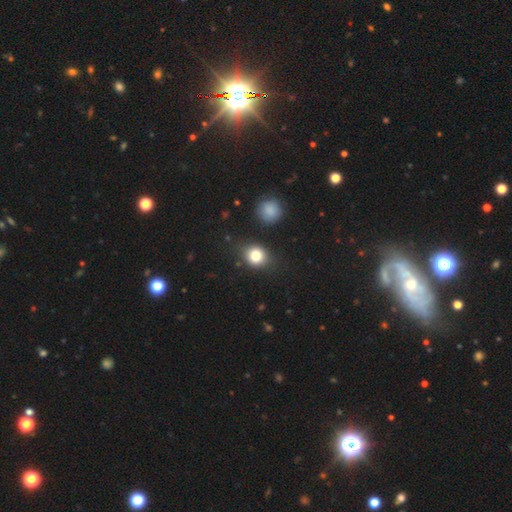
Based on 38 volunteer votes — Smooth or featured?
  - smooth: 79% *
  - featured or disk: 13%
  - star or artifact: 8%
How rounded?
  - round: 60% *
  - in between: 40%
  - cigar-shaped: 0%
Merging?
  - none: 74% *
  - minor disturbance: 14%
  - major disturbance: 11%
  - merger: 0%